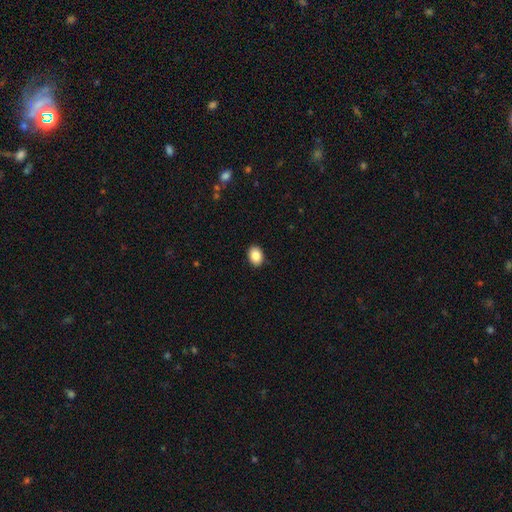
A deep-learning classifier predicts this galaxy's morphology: This is clearly a smooth galaxy (86%). How rounded: likely in between (75%). Merging: clearly none (90%).